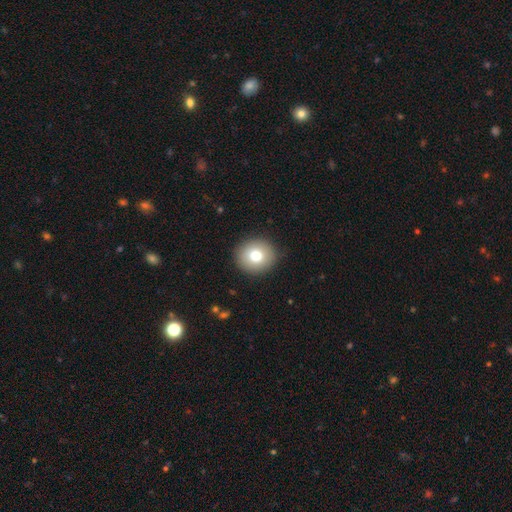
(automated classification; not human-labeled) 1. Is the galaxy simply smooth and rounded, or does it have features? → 79% smooth, 12% featured or disk, 9% star or artifact.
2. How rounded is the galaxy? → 84% round, 15% in between, 1% cigar-shaped.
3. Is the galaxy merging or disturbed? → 91% none, 6% minor disturbance, 2% major disturbance, 1% merger.